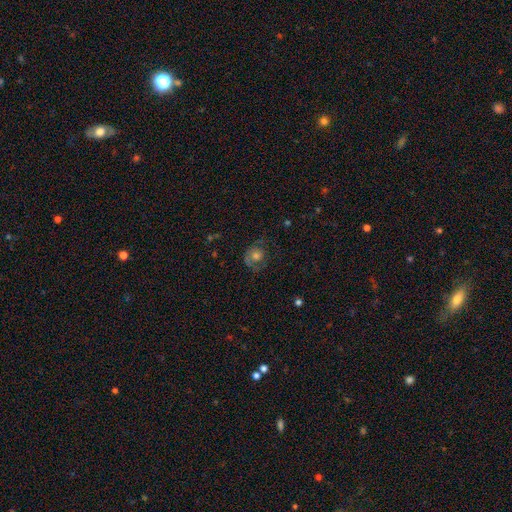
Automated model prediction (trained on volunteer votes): Smooth or featured?
  - smooth: 46% *
  - featured or disk: 41%
  - star or artifact: 13%
Merging?
  - none: 59% *
  - minor disturbance: 22%
  - major disturbance: 18%
  - merger: 2%